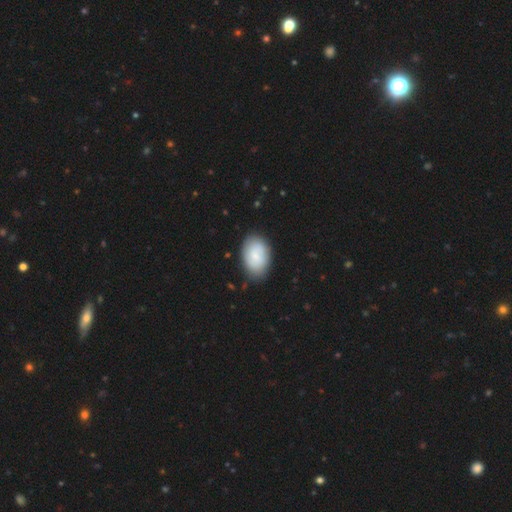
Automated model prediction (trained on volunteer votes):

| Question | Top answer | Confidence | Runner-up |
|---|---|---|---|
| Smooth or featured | smooth | 75% | featured or disk (19%) |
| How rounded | in between | 86% | round (13%) |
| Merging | none | 79% | minor disturbance (15%) |